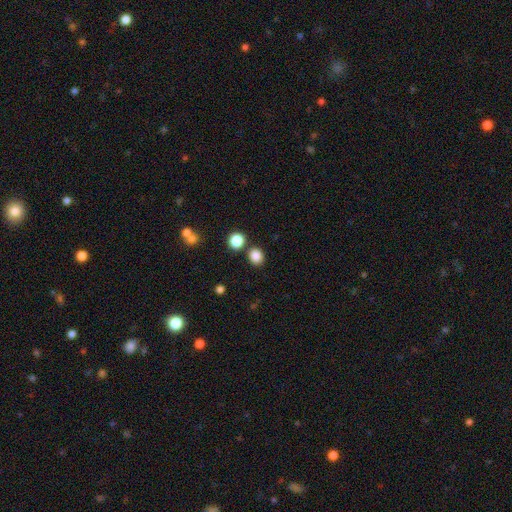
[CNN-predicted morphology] smooth-or-featured: smooth: 84% | star or artifact: 12% | featured or disk: 4%
  how-rounded: round: 66% | in between: 33% | cigar-shaped: 1%
  merging: none: 81% | minor disturbance: 8% | merger: 8% | major disturbance: 3%